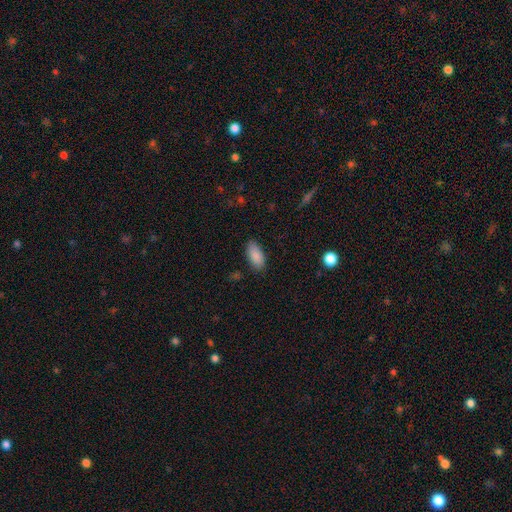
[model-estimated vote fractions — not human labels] This is clearly a smooth galaxy (88%). How rounded: clearly in between (91%). Merging: clearly none (85%).